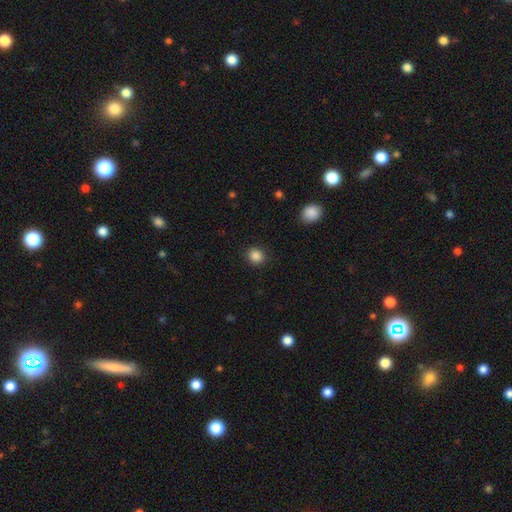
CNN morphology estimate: Smooth or featured: smooth — 87% (star or artifact — 10%)
How rounded: round — 82% (in between — 17%)
Merging: none — 90% (minor disturbance — 7%)